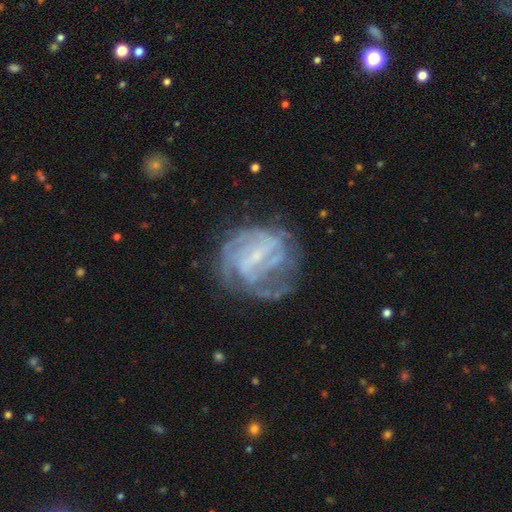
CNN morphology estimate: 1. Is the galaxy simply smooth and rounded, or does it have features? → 80% featured or disk, 11% smooth, 9% star or artifact.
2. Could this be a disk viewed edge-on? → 97% no, 3% yes.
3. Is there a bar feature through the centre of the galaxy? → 48% weak, 31% strong, 21% no.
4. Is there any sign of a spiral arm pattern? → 82% yes, 18% no.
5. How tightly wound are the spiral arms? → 50% tight, 35% medium, 15% loose.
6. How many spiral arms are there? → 47% can't tell, 17% 2, 16% 3, 10% 4, 5% 1, 5% more than 4.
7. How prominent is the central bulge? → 62% small, 24% none, 13% moderate, 1% large, 1% dominant.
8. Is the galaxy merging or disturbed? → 53% none, 22% major disturbance, 22% minor disturbance, 3% merger.